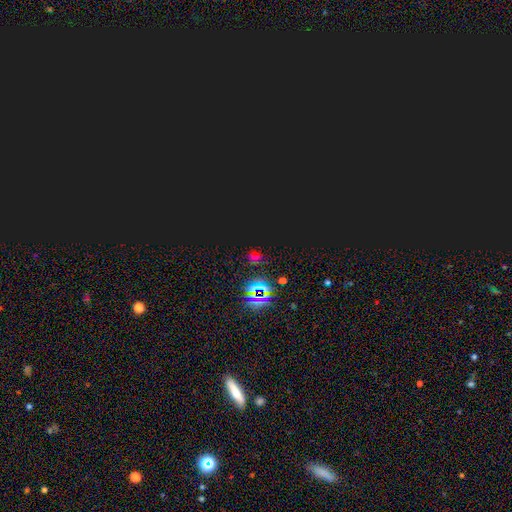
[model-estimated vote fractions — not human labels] This is likely a star or artifact rather than a galaxy (80%).